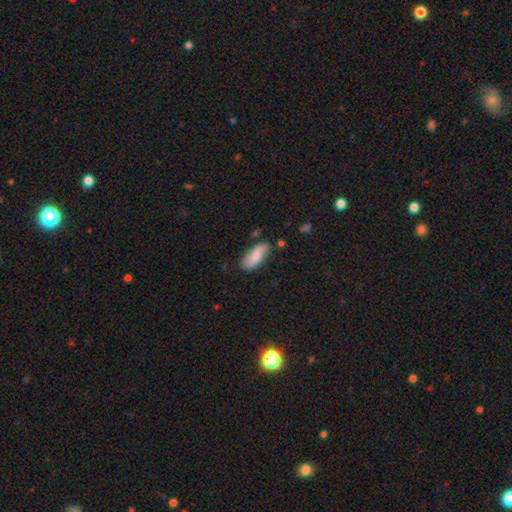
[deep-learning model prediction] This appears to be a smooth galaxy with no disk features (66%) that is in between round and cigar-shaped (84%). Merging: none (72%).